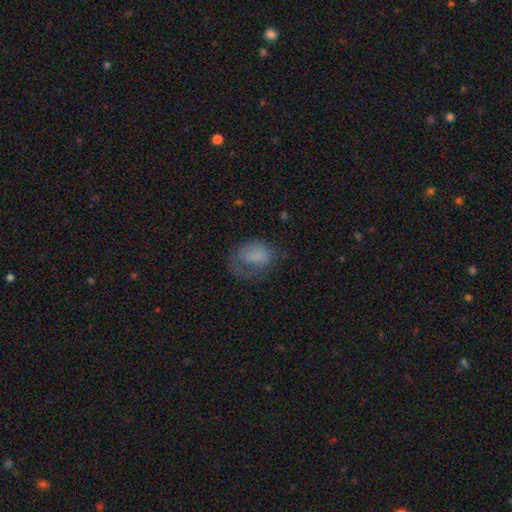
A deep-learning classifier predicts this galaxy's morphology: smooth_or_featured: smooth (p=0.67) [alt: featured or disk p=0.22]
how_rounded: in between (p=0.71) [alt: round p=0.28]
merging: none (p=0.38) [alt: major disturbance p=0.35]